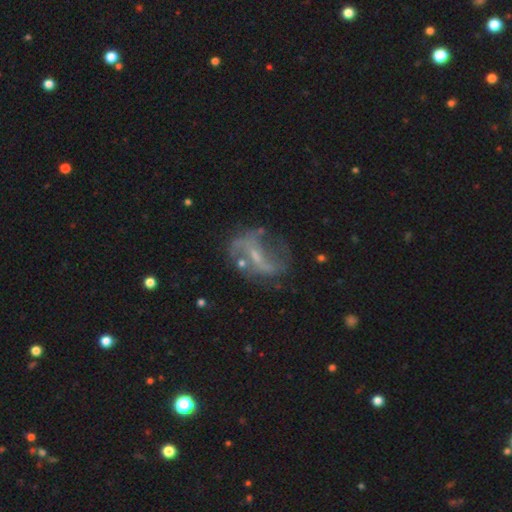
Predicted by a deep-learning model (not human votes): Q: Smooth or featured?
A: featured or disk (74%); runner-up: star or artifact (14%)
Q: Edge-on disk?
A: no (94%); runner-up: yes (6%)
Q: Bar?
A: weak (42%); runner-up: no (29%)
Q: Spiral arms?
A: yes (77%); runner-up: no (23%)
Q: Spiral winding?
A: loose (64%); runner-up: medium (26%)
Q: Spiral arm count?
A: 2 (75%); runner-up: can't tell (13%)
Q: Bulge size?
A: small (66%); runner-up: none (17%)
Q: Merging?
A: none (61%); runner-up: minor disturbance (18%)